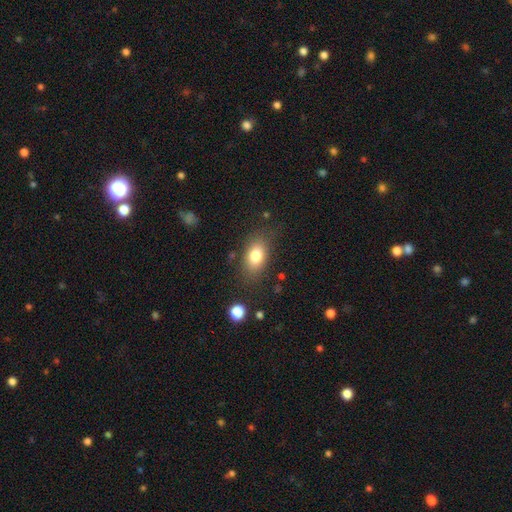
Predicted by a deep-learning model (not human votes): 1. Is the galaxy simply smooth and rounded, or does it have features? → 78% smooth, 12% featured or disk, 9% star or artifact.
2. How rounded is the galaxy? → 84% in between, 13% round, 3% cigar-shaped.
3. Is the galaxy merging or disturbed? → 78% none, 14% minor disturbance, 5% major disturbance, 2% merger.